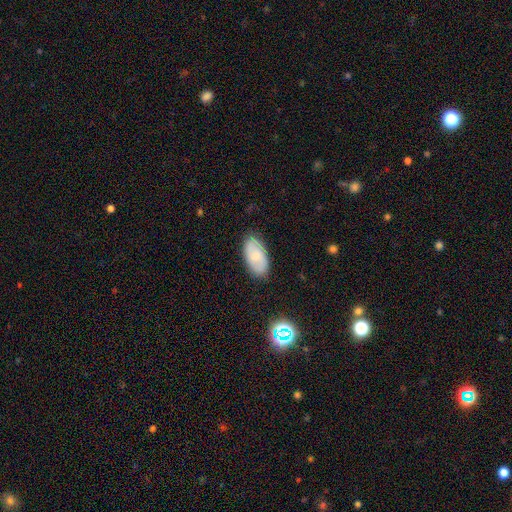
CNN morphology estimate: Overall: smooth (61%; featured or disk 30%). How rounded: in between (93%). Merging: none (84%).